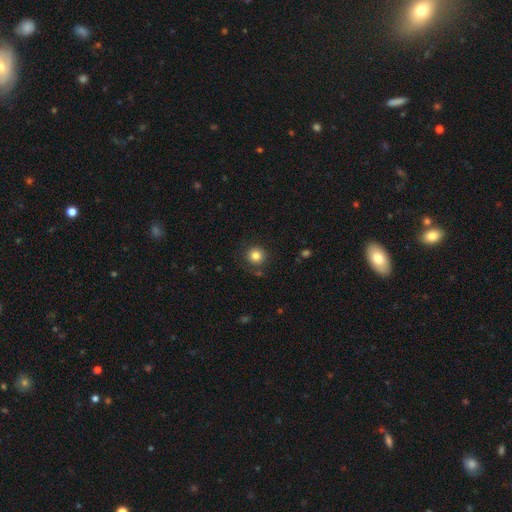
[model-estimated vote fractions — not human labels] A smooth galaxy with no disk features (81%) that is round (94%). Merging: none (84%).